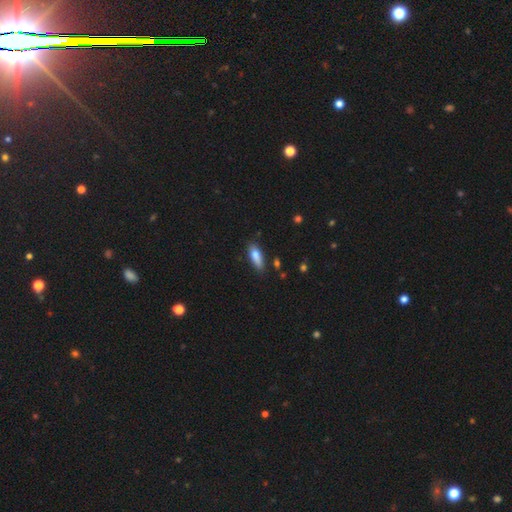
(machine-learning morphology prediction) Smooth or featured? Predicted: smooth (p=0.82). How rounded? Predicted: in between (p=0.60). Merging? Predicted: none (p=0.72).